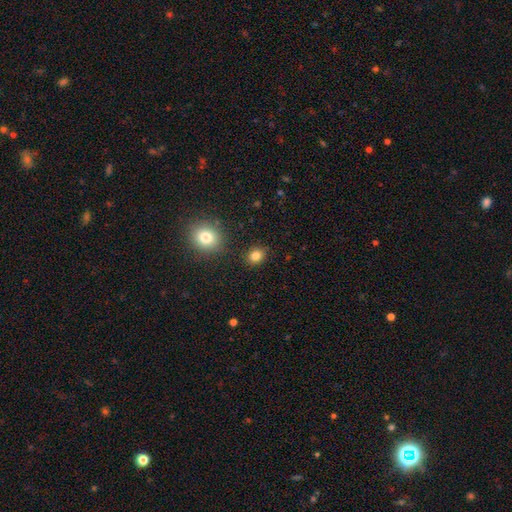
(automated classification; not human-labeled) A smooth galaxy with no disk features (84%) that is round (68%).

Vote fractions:
- Smooth or featured? smooth: 84% / star or artifact: 12% / featured or disk: 5%
- How rounded? round: 68% / in between: 32% / cigar-shaped: 1%
- Merging? none: 87% / minor disturbance: 8% / merger: 3% / major disturbance: 2%